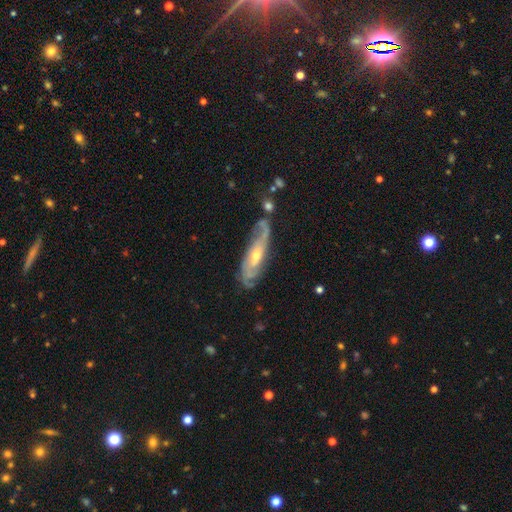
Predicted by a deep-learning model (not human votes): smooth-or-featured: featured or disk: 79% | smooth: 13% | star or artifact: 7%
  disk-edge-on: no: 77% | yes: 23%
    bar: no: 58% | weak: 31% | strong: 11%
    has-spiral-arms: yes: 91% | no: 9%
      spiral-winding: tight: 45% | medium: 38% | loose: 17%
      spiral-arm-count: 2: 49% | can't tell: 31% | 3: 8% | 1: 7% | 4: 3% | more than 4: 3%
    bulge-size: moderate: 51% | small: 45% | large: 2% | none: 1% | dominant: 1%
  merging: none: 65% | minor disturbance: 21% | major disturbance: 9% | merger: 5%